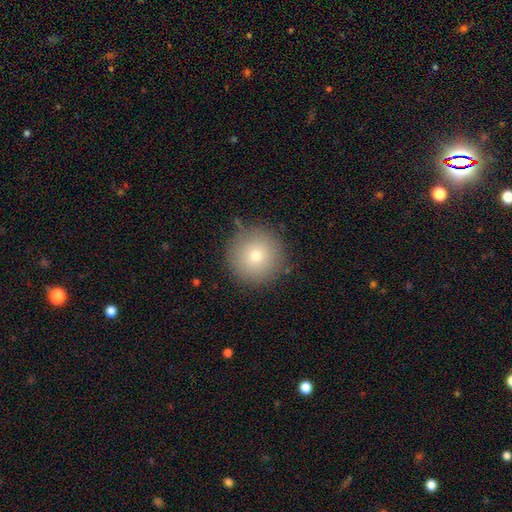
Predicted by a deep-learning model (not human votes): Overall: smooth (75%). How rounded: round (96%). Merging: none (88%).